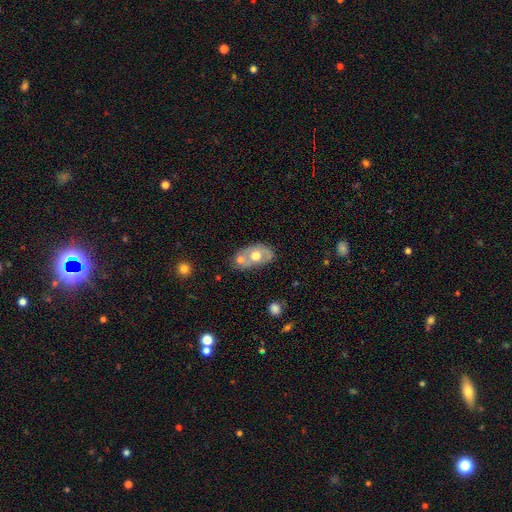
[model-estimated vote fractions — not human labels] The model was most divided on "smooth or featured": smooth: 54%, featured or disk: 39%, star or artifact: 7%. Remaining: how rounded — in between (79%); merging — merger (48%).